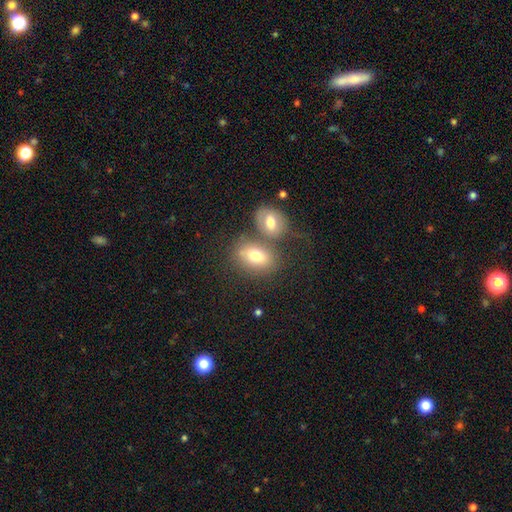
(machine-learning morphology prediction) The model was most divided on "merging": none: 46%, merger: 36%, minor disturbance: 13%, major disturbance: 5%. More confident: how rounded — in between (77%); smooth or featured — smooth (72%).